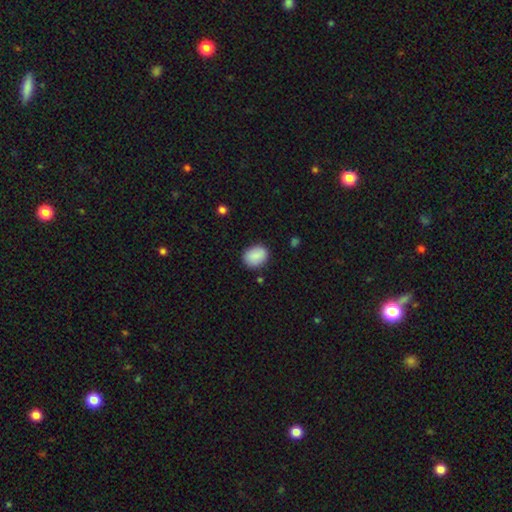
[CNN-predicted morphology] This is clearly a smooth galaxy (88%). How rounded: likely in between (60%). Merging: clearly none (84%).